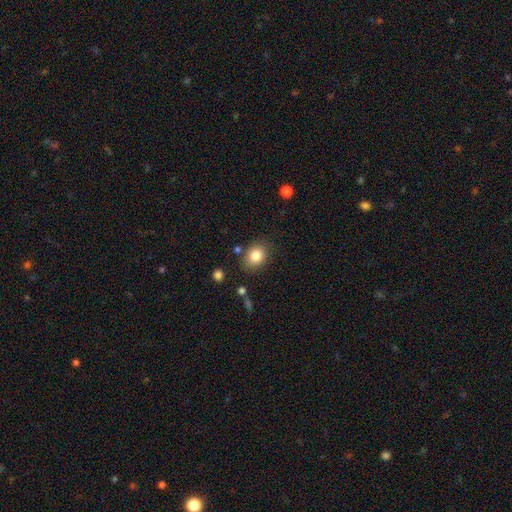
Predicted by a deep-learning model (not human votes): Overall: smooth (83%). How rounded: in between (55%; round 44%). Merging: none (80%).